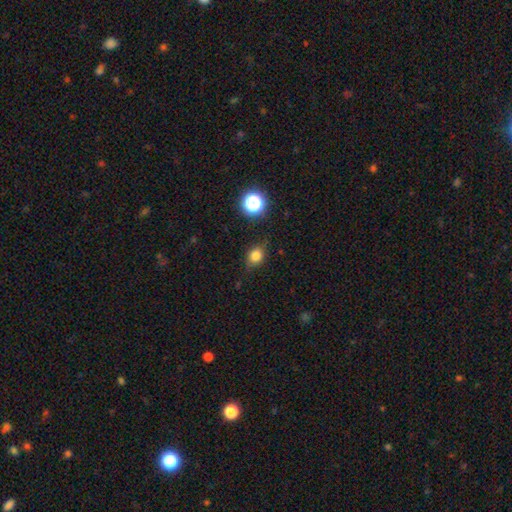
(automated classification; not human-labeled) smooth-or-featured: smooth: 79% | star or artifact: 14% | featured or disk: 8%
  how-rounded: in between: 51% | round: 47% | cigar-shaped: 2%
  merging: none: 78% | minor disturbance: 17% | major disturbance: 4% | merger: 1%